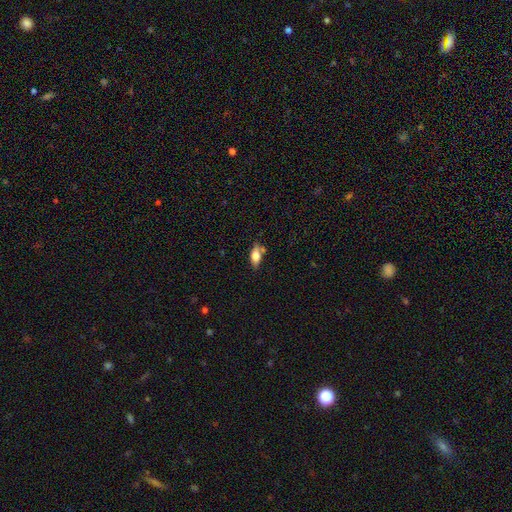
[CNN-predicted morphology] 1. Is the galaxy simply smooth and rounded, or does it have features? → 71% smooth, 21% featured or disk, 8% star or artifact.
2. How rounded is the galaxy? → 82% in between, 14% cigar-shaped, 4% round.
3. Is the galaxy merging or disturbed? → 68% none, 18% minor disturbance, 10% merger, 4% major disturbance.